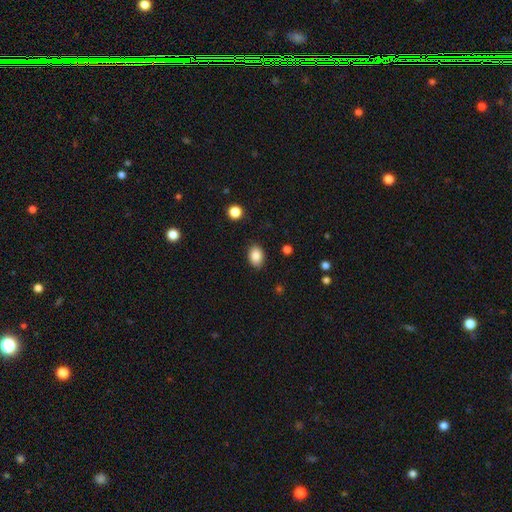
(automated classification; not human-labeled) Smooth or featured? Predicted: smooth (p=0.86). How rounded? Predicted: in between (p=0.77). Merging? Predicted: none (p=0.86).